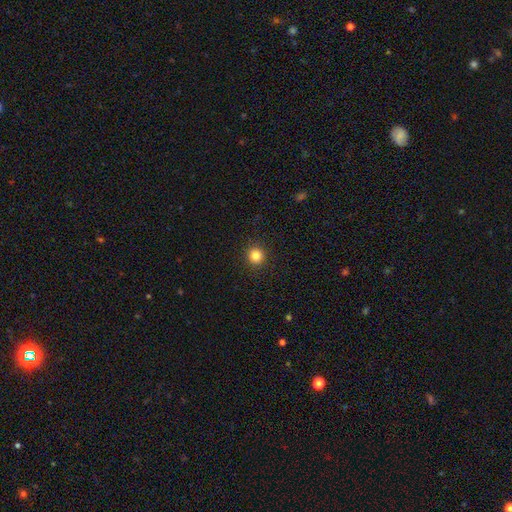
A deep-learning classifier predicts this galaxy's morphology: type=smooth (84%); roundness=round (94%); merging=none (93%).